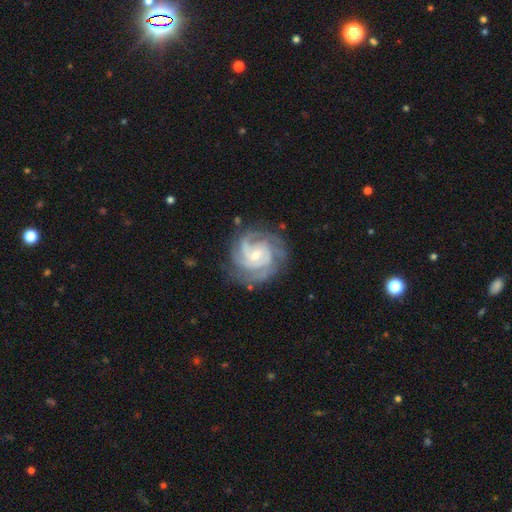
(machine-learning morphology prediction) Smooth or featured? Predicted: featured or disk (p=0.89). Edge-on disk? Predicted: no (p=0.98). Bar? Predicted: no (p=0.59). Spiral arms? Predicted: yes (p=0.98). Spiral winding? Predicted: tight (p=0.62). Spiral arm count? Predicted: 3 (p=0.39). Bulge size? Predicted: small (p=0.66). Merging? Predicted: none (p=0.76).